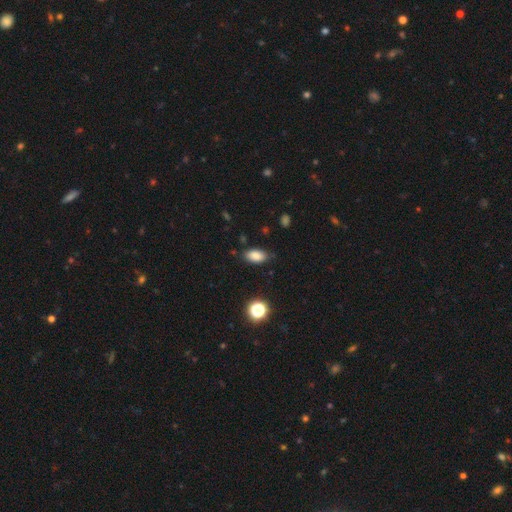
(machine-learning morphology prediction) The model was most divided on "merging": none: 81%, minor disturbance: 14%, major disturbance: 3%, merger: 2%. More confident: how rounded — in between (90%); smooth or featured — smooth (85%).